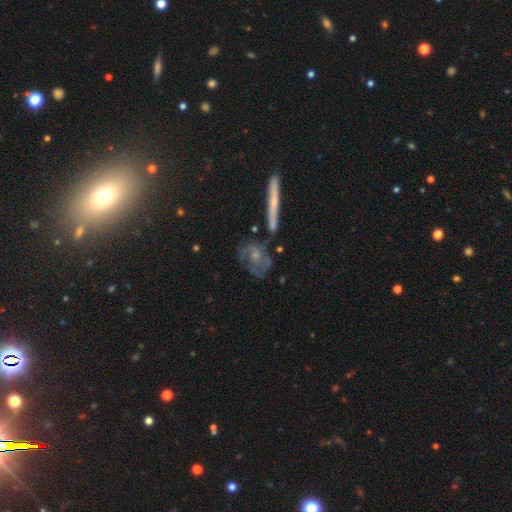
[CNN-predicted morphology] Smooth or featured? Predicted: featured or disk (p=0.70). Edge-on disk? Predicted: no (p=0.88). Bar? Predicted: no (p=0.77). Spiral arms? Predicted: yes (p=0.78). Bulge size? Predicted: small (p=0.51). Merging? Predicted: none (p=0.58).